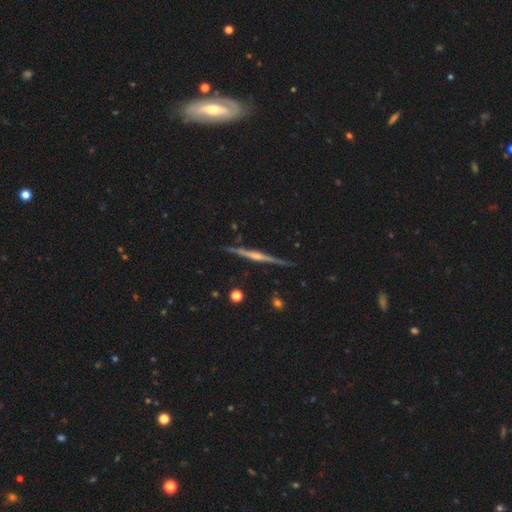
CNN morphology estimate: Smooth or featured? Predicted: featured or disk (p=0.82). Edge-on disk? Predicted: yes (p=0.98). Edge-on bulge? Predicted: rounded (p=0.67). Merging? Predicted: none (p=0.88).